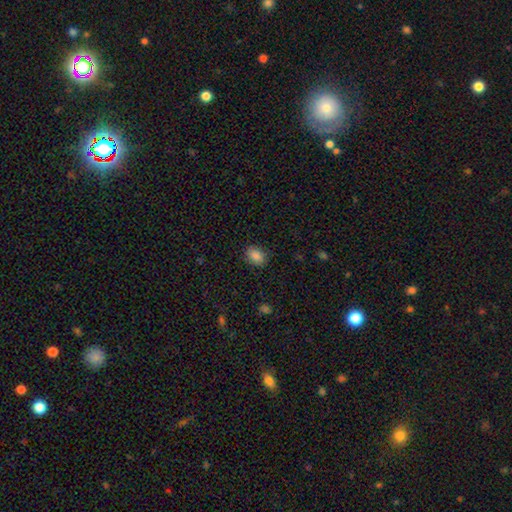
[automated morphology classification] The model was most divided on "how rounded": in between: 71%, round: 28%, cigar-shaped: 1%. More confident: merging — none (87%); smooth or featured — smooth (87%).